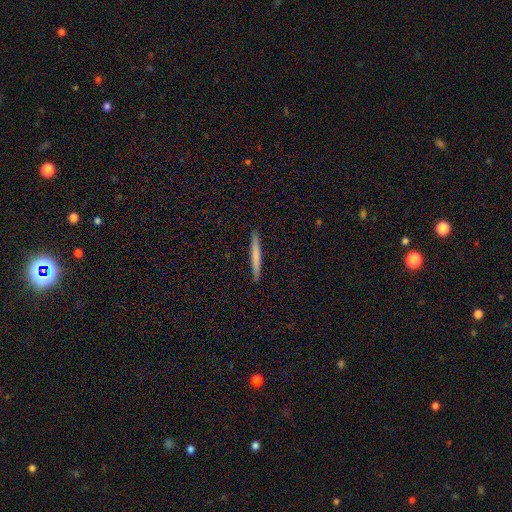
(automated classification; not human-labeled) Overall: smooth (68%). How rounded: cigar-shaped (97%). Merging: none (93%).